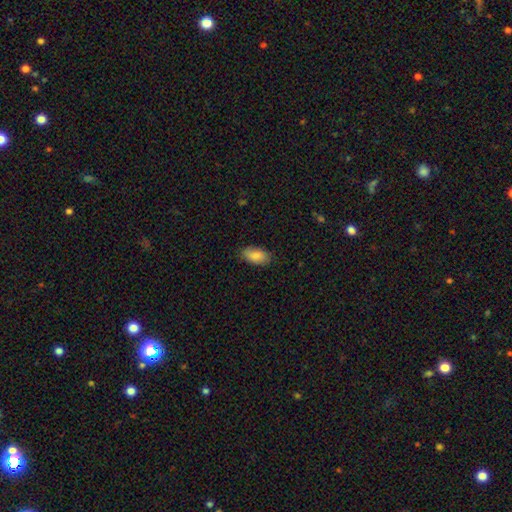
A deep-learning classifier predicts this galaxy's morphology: Smooth or featured?
  - smooth: 88% *
  - star or artifact: 6%
  - featured or disk: 6%
How rounded?
  - in between: 94% *
  - round: 3%
  - cigar-shaped: 3%
Merging?
  - none: 84% *
  - minor disturbance: 13%
  - major disturbance: 3%
  - merger: 1%